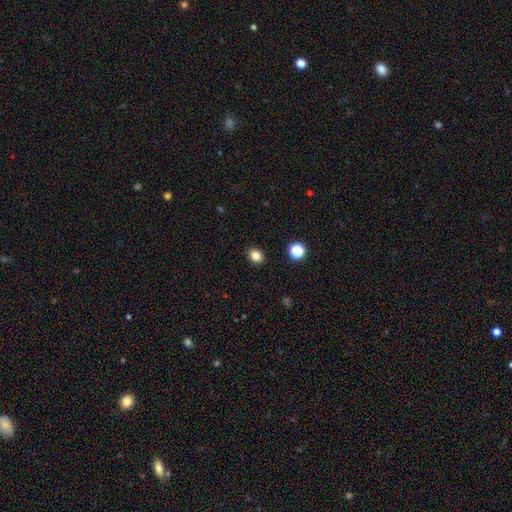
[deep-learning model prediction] smooth 84%, star or artifact 12%, featured or disk 4%. Down the decision tree: how rounded — round (52%); merging — none (90%).